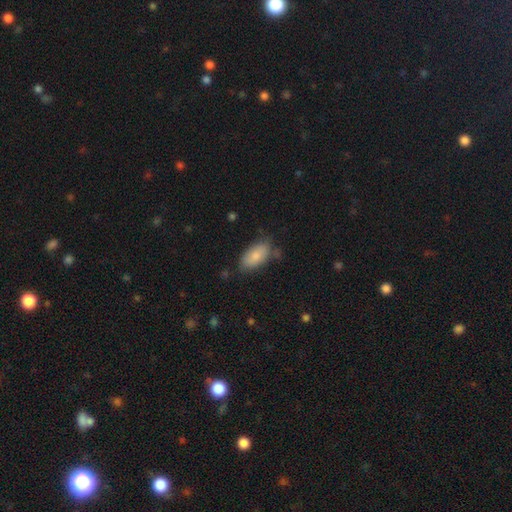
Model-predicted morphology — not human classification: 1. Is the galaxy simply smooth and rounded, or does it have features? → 82% smooth, 12% featured or disk, 7% star or artifact.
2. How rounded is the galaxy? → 92% in between, 5% cigar-shaped, 3% round.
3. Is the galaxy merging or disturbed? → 68% none, 23% minor disturbance, 5% major disturbance, 4% merger.